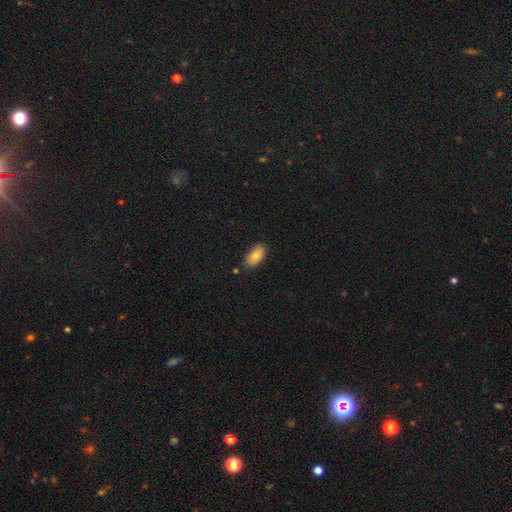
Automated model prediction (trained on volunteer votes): Smooth or featured?
  - smooth: 80% *
  - featured or disk: 13%
  - star or artifact: 7%
How rounded?
  - in between: 93% *
  - round: 4%
  - cigar-shaped: 4%
Merging?
  - none: 81% *
  - minor disturbance: 15%
  - merger: 2%
  - major disturbance: 2%